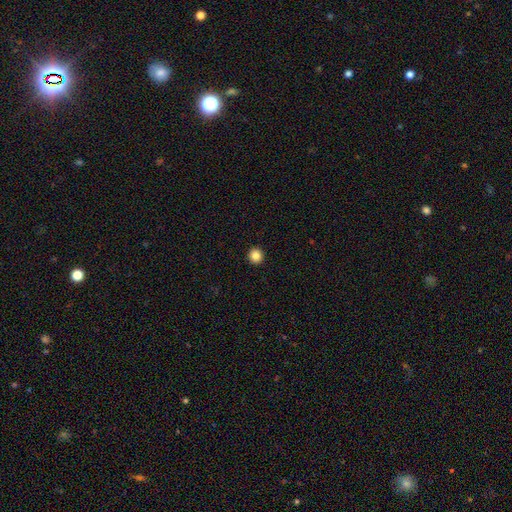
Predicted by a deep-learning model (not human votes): A smooth galaxy with no disk features (85%) that is round (94%). Merging: none (94%).